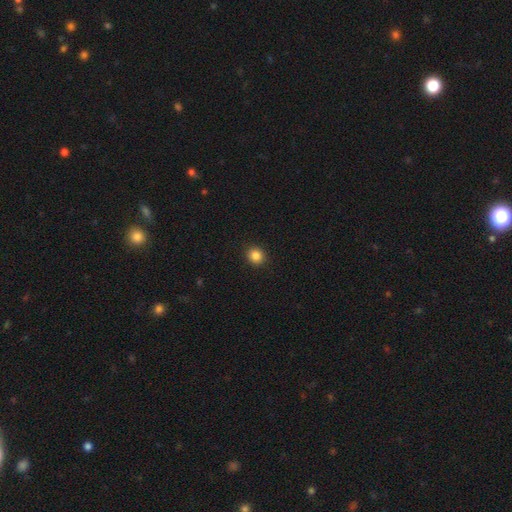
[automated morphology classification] Smooth or featured? smooth (85%)
How rounded? round (81%)
Merging? none (92%)